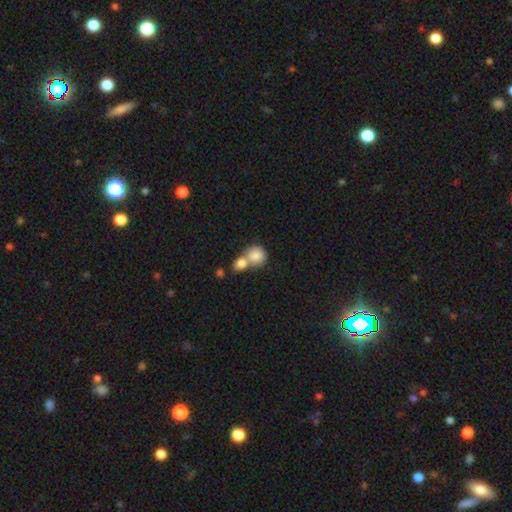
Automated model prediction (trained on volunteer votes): This is clearly a smooth galaxy (83%). How rounded: likely round (77%). Merging: likely merger (61%).